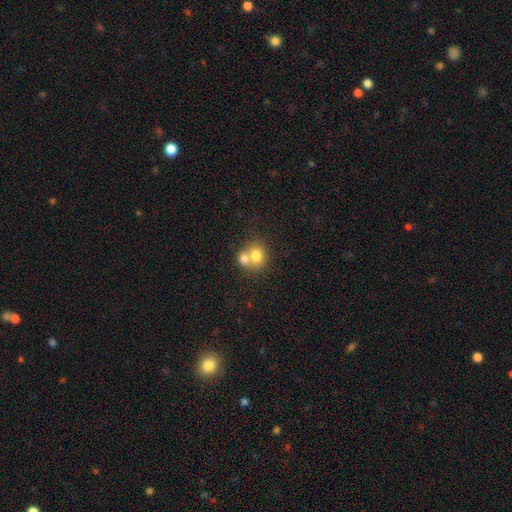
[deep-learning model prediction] Q: Smooth or featured?
A: smooth (75%); runner-up: featured or disk (16%)
Q: How rounded?
A: round (68%); runner-up: in between (31%)
Q: Merging?
A: merger (63%); runner-up: none (28%)